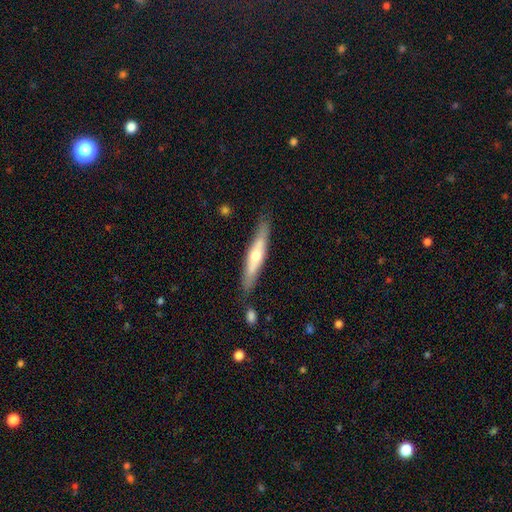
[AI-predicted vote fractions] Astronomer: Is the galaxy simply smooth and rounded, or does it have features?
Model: featured or disk — 50% (runner-up: smooth, 44%).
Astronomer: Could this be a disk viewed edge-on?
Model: yes — 84%.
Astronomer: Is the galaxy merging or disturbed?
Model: none — 80%.